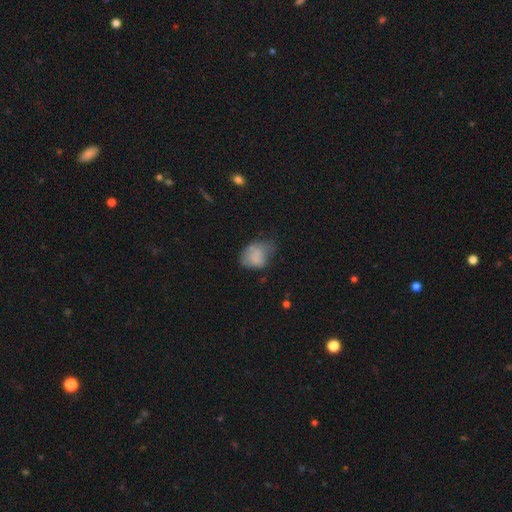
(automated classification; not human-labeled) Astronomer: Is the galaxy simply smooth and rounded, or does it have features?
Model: smooth — 71%.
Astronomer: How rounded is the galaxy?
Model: in between — 66%.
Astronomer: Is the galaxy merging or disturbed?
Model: minor disturbance — 39% (runner-up: none, 32%).